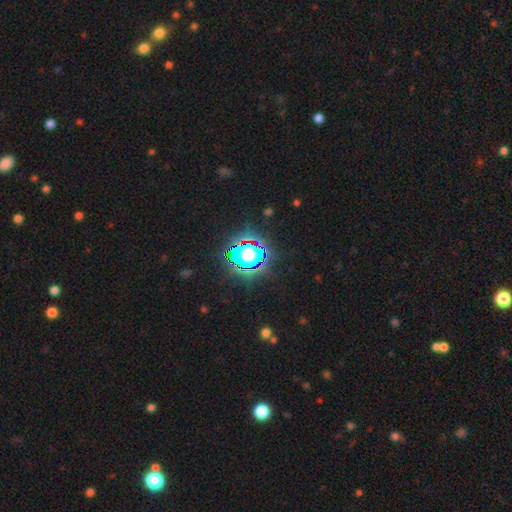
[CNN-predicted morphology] Overall: star or artifact (76%).